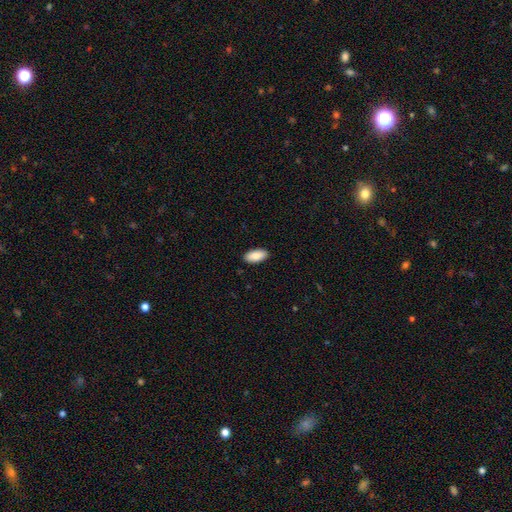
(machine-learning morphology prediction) Q: Smooth or featured?
A: smooth (89%); runner-up: star or artifact (6%)
Q: How rounded?
A: in between (93%); runner-up: cigar-shaped (5%)
Q: Merging?
A: none (90%); runner-up: minor disturbance (7%)